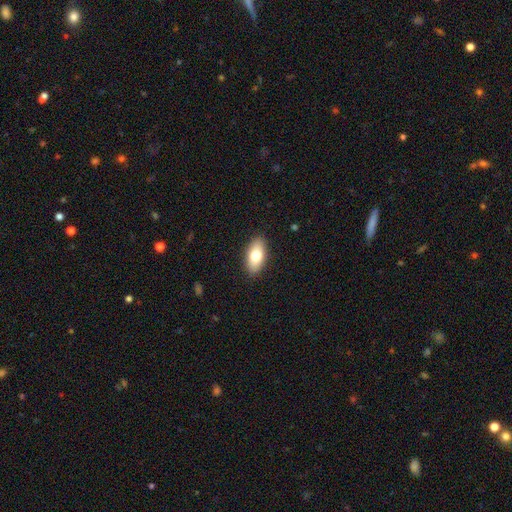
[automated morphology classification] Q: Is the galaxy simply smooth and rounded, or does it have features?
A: smooth — 75%.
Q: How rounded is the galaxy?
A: in between — 91%.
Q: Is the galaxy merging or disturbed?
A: none — 89%.